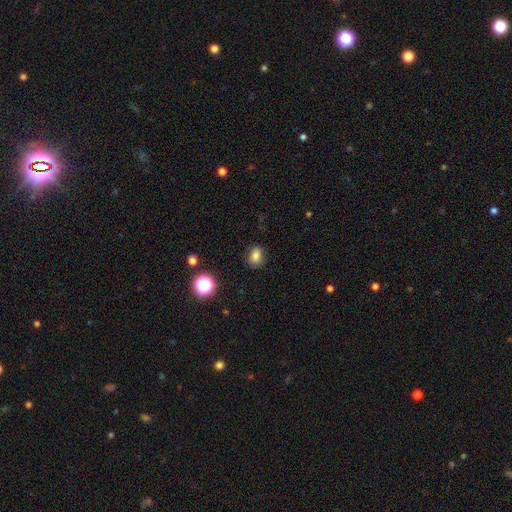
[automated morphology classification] smooth-or-featured: smooth: 81% | star or artifact: 14% | featured or disk: 5%
  how-rounded: in between: 62% | round: 37% | cigar-shaped: 1%
  merging: none: 84% | minor disturbance: 12% | major disturbance: 3% | merger: 1%